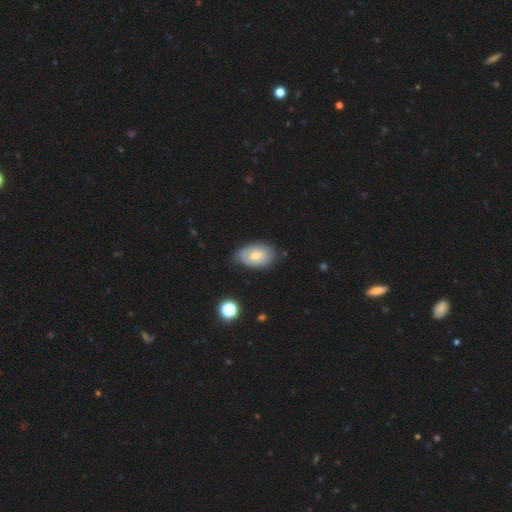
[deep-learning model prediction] Smooth or featured? smooth (59%)
How rounded? in between (90%)
Merging? none (73%)